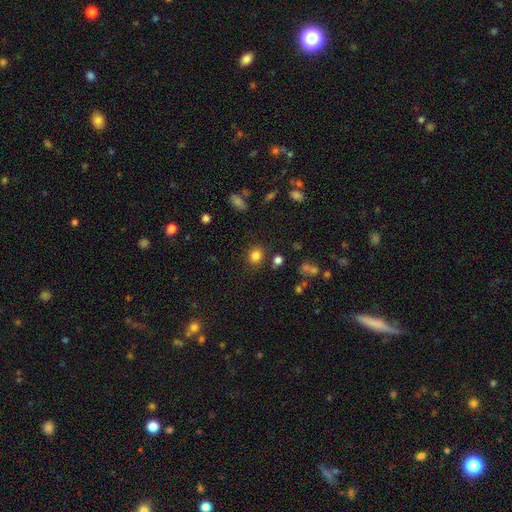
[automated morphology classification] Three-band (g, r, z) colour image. It shows a smooth galaxy with no disk features (82%) that is round (75%). Merging: none (82%).